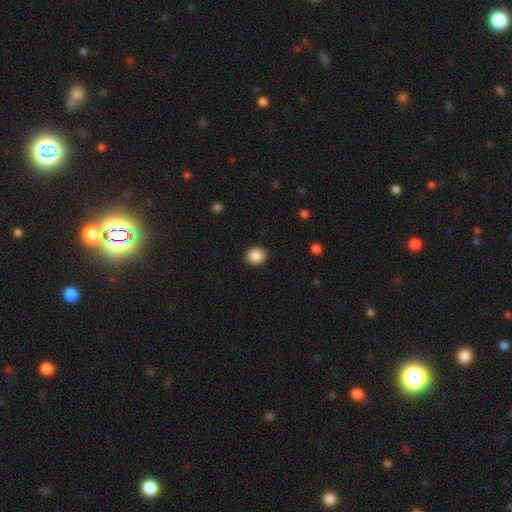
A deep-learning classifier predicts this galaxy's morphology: Smooth or featured? smooth (88%)
How rounded? round (74%)
Merging? none (91%)